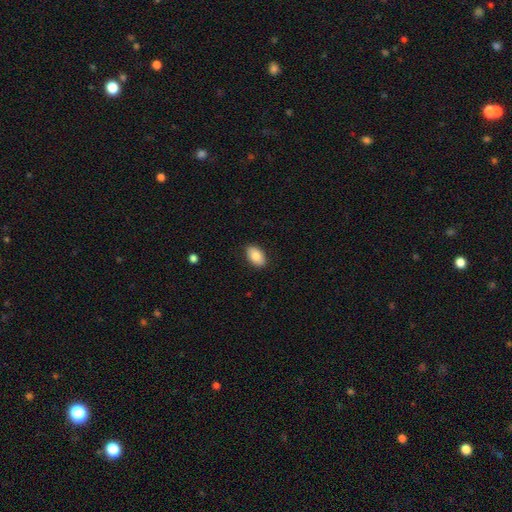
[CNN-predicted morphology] Smooth or featured? smooth (84%)
How rounded? in between (92%)
Merging? none (88%)